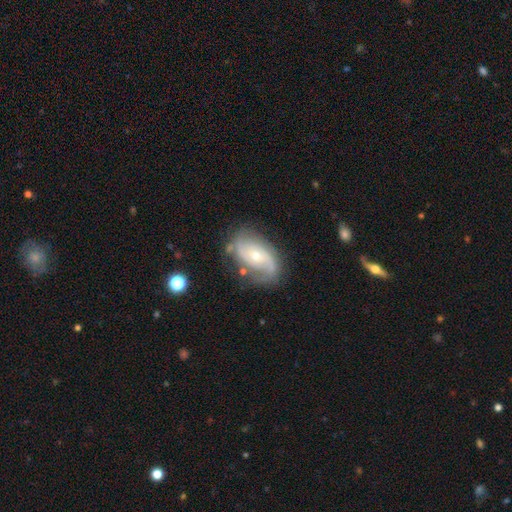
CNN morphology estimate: Overall: featured or disk (67%). Edge-on disk: no (94%). Bar: no (56%; weak 33%). Spiral arms: yes (85%). Spiral arm count: 2 (50%; can't tell 29%). Spiral winding: medium (36%; tight 32%). Bulge size: small (54%; moderate 42%). Merging: none (66%).